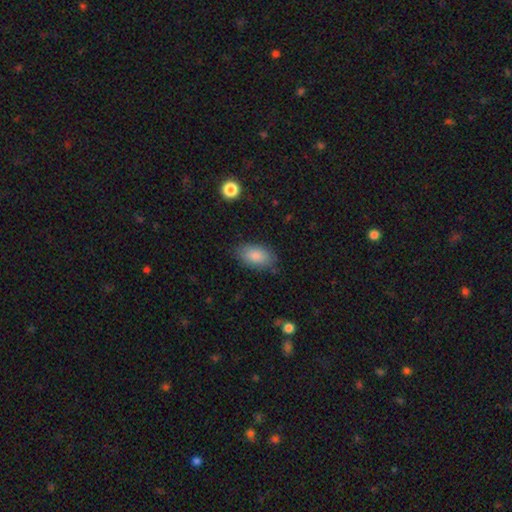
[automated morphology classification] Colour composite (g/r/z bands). It shows a smooth galaxy with no disk features (85%) that is in between round and cigar-shaped (93%). Merging: none (80%).